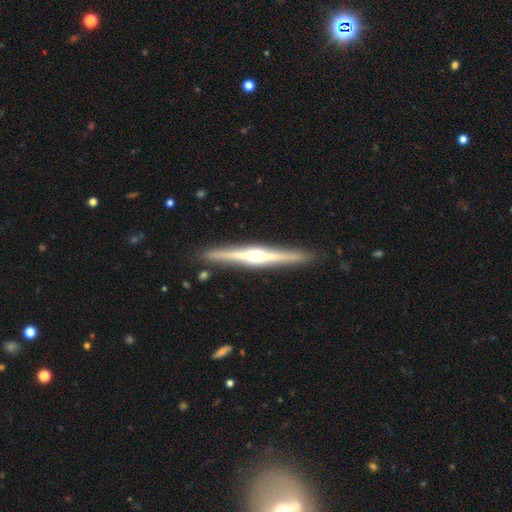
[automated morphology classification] Smooth or featured?
  - featured or disk: 83% *
  - smooth: 12%
  - star or artifact: 5%
Edge-on disk?
  - yes: 98% *
  - no: 2%
Edge-on bulge?
  - rounded: 87% *
  - none: 7%
  - boxy: 6%
Merging?
  - none: 90% *
  - minor disturbance: 7%
  - major disturbance: 1%
  - merger: 1%